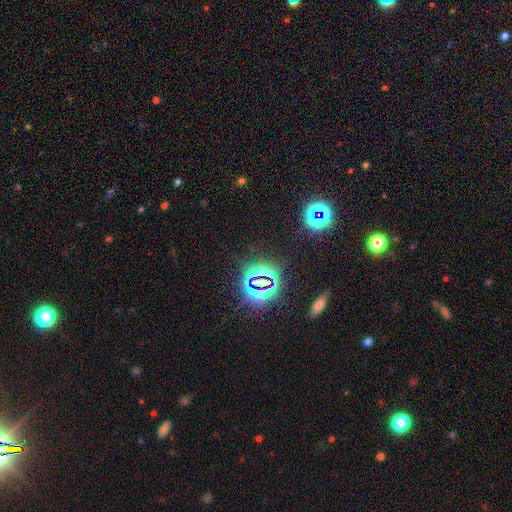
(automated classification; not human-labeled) This appears to be a star or artifact, not a galaxy (81%).